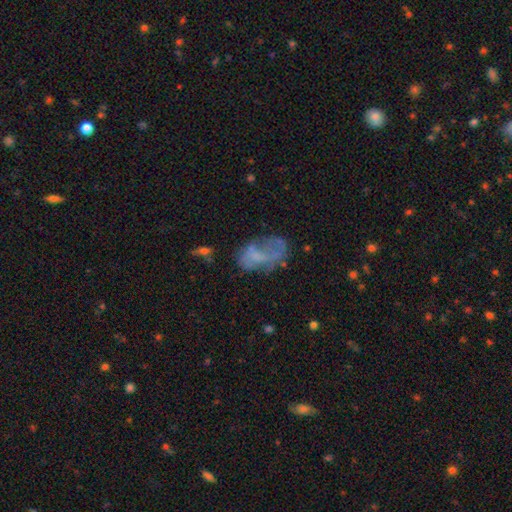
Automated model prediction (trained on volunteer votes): Q: Smooth or featured?
A: featured or disk (47%); runner-up: smooth (41%)
Q: Merging?
A: none (35%); runner-up: major disturbance (34%)